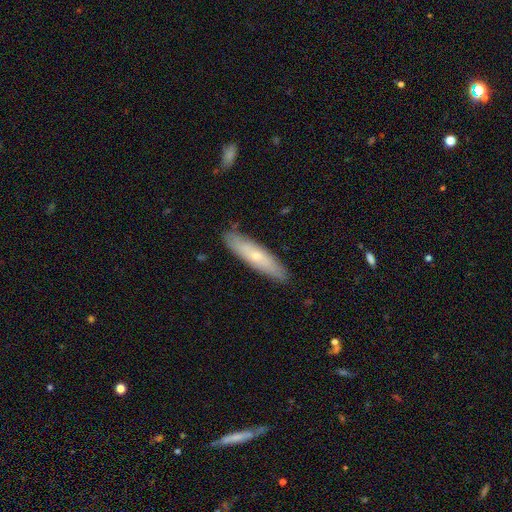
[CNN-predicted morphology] smooth-or-featured: smooth: 59% | featured or disk: 35% | star or artifact: 6%
  how-rounded: cigar-shaped: 78% | in between: 20% | round: 2%
  merging: none: 86% | minor disturbance: 11% | major disturbance: 2% | merger: 1%